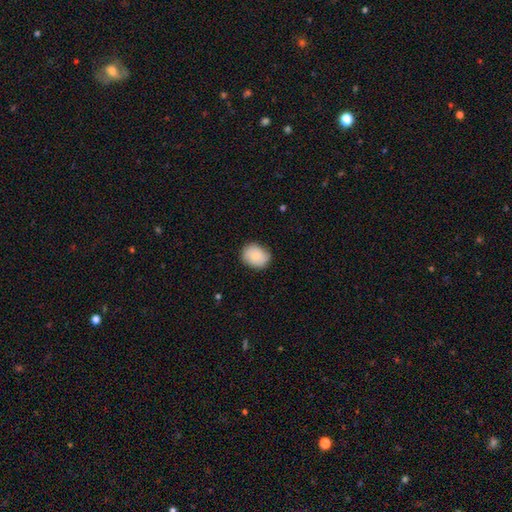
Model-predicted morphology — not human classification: The model was most divided on "how rounded": round: 55%, in between: 44%, cigar-shaped: 1%. More confident: smooth or featured — smooth (84%); merging — none (80%).